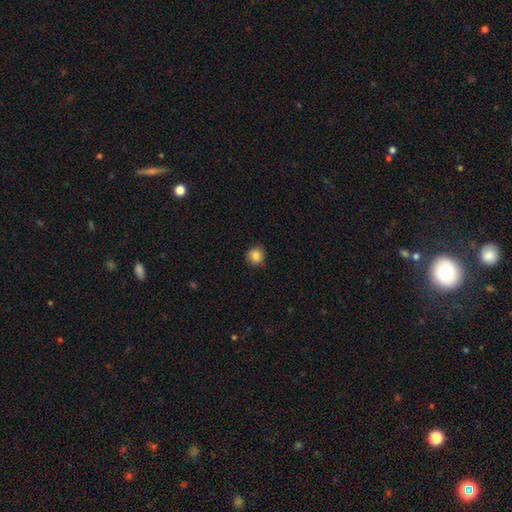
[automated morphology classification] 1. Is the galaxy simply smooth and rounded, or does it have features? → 83% smooth, 10% star or artifact, 7% featured or disk.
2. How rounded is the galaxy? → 88% round, 12% in between, 1% cigar-shaped.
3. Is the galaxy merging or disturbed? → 83% none, 14% minor disturbance, 3% major disturbance, 1% merger.